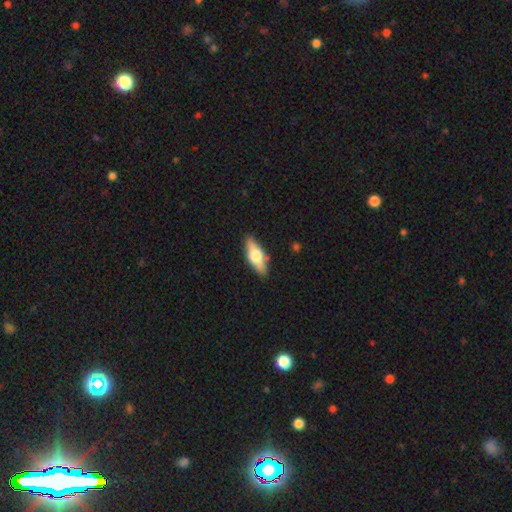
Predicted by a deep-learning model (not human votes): A smooth galaxy with no disk features (52%) that is in between round and cigar-shaped (66%). Merging: none (87%).